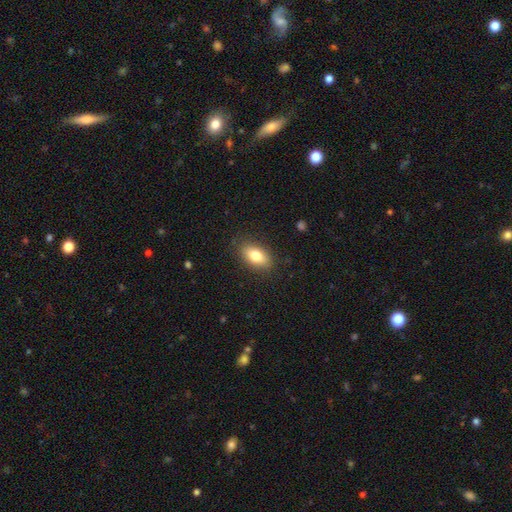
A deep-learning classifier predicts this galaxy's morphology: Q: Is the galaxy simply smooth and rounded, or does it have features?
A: smooth — 79%.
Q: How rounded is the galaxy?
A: in between — 87%.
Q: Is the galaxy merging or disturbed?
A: none — 86%.